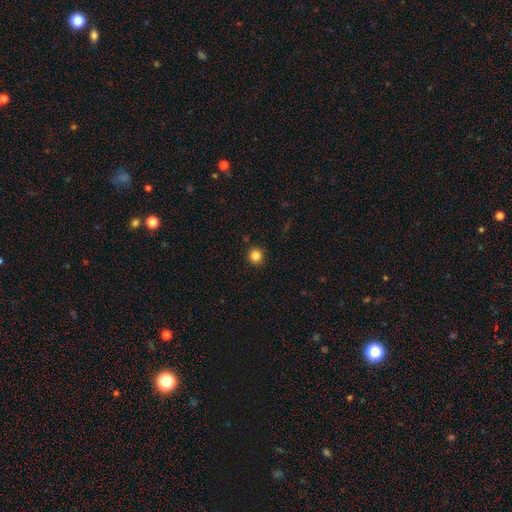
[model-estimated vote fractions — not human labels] smooth-or-featured: smooth: 84% | star or artifact: 12% | featured or disk: 4%
  how-rounded: round: 95% | in between: 4% | cigar-shaped: 1%
  merging: none: 92% | minor disturbance: 5% | major disturbance: 2% | merger: 1%